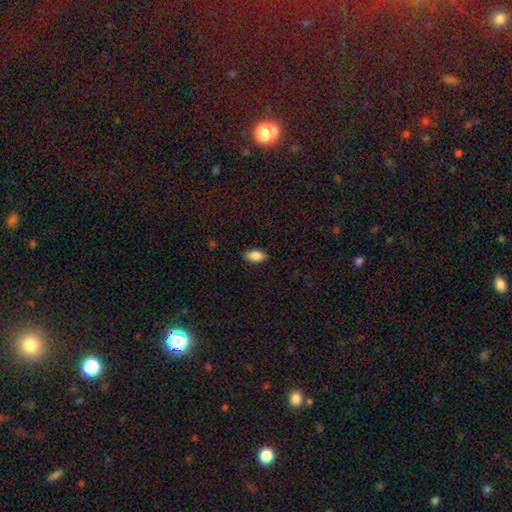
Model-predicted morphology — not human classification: Overall: smooth (86%). How rounded: in between (92%). Merging: none (87%).